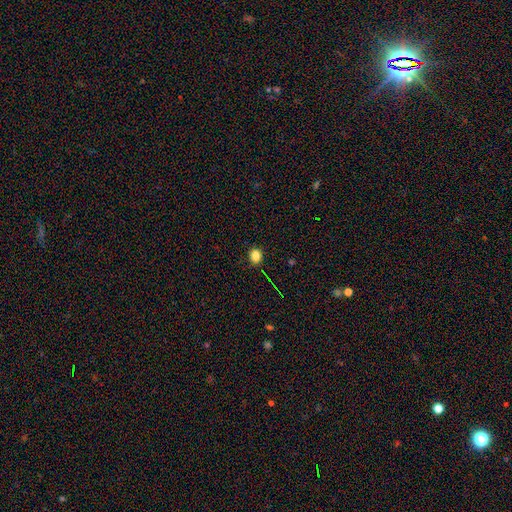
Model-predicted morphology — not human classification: Smooth or featured?
  - smooth: 83% *
  - star or artifact: 13%
  - featured or disk: 4%
How rounded?
  - in between: 51% *
  - round: 48%
  - cigar-shaped: 1%
Merging?
  - none: 86% *
  - minor disturbance: 10%
  - major disturbance: 2%
  - merger: 2%